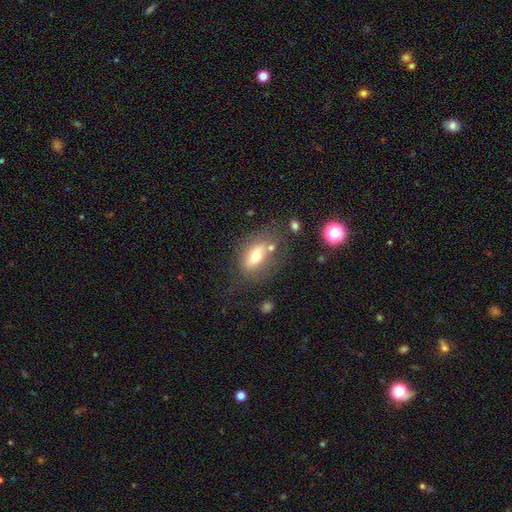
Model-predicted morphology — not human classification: A smooth galaxy with no disk features (61%) that is in between round and cigar-shaped (78%).

Vote fractions:
- Smooth or featured? smooth: 61% / featured or disk: 30% / star or artifact: 10%
- How rounded? in between: 78% / round: 14% / cigar-shaped: 8%
- Merging? none: 55% / minor disturbance: 20% / merger: 14% / major disturbance: 11%